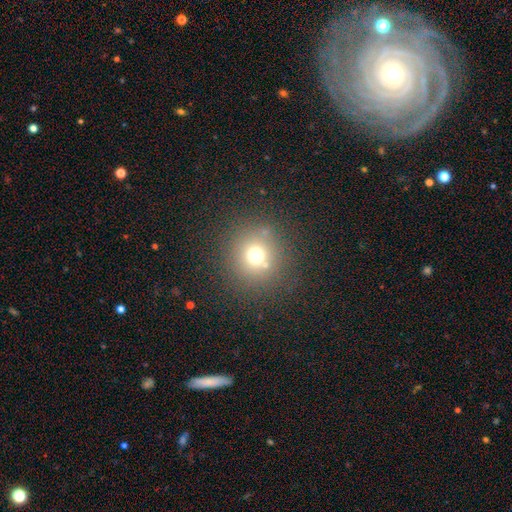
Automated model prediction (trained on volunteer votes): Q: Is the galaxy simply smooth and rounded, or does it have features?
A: smooth — 68%.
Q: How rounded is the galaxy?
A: round — 92%.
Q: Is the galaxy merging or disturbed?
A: none — 81%.